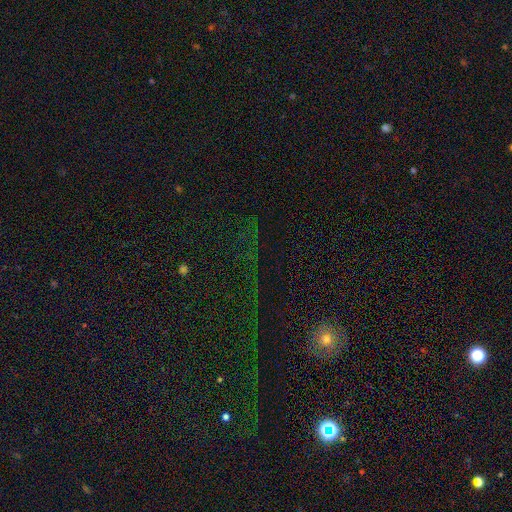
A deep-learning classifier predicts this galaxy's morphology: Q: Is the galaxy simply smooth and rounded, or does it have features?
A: star or artifact — 71%.